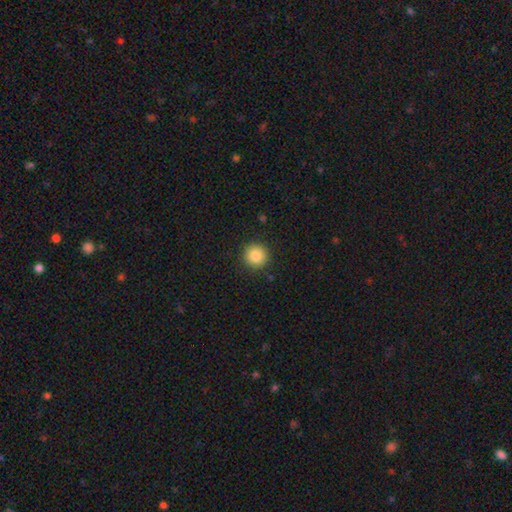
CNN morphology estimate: Q: Smooth or featured?
A: smooth (84%); runner-up: star or artifact (10%)
Q: How rounded?
A: round (95%); runner-up: in between (4%)
Q: Merging?
A: none (91%); runner-up: minor disturbance (6%)